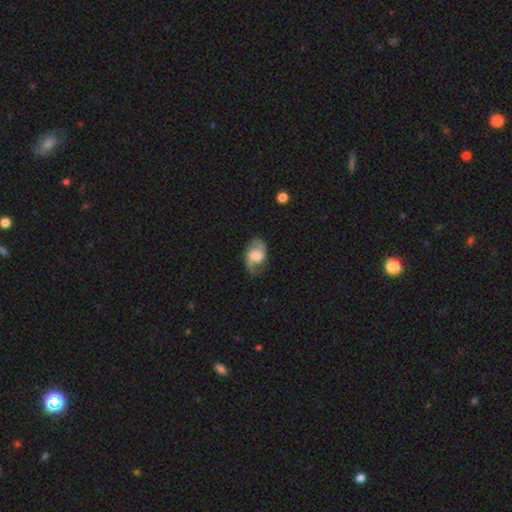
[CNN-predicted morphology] type=featured or disk (64%); edge-on=no (97%); bar=weak (52%); spiral arms=yes (90%); winding=loose (51%); arm count=2 (84%); bulge=moderate (34%); merging=none (68%).